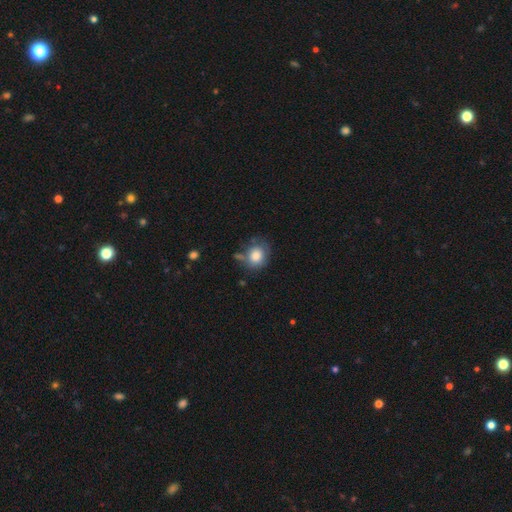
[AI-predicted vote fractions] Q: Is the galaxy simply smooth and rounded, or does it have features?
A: smooth — 82%.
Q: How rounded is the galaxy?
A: round — 68%.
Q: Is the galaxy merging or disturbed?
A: none — 58%.